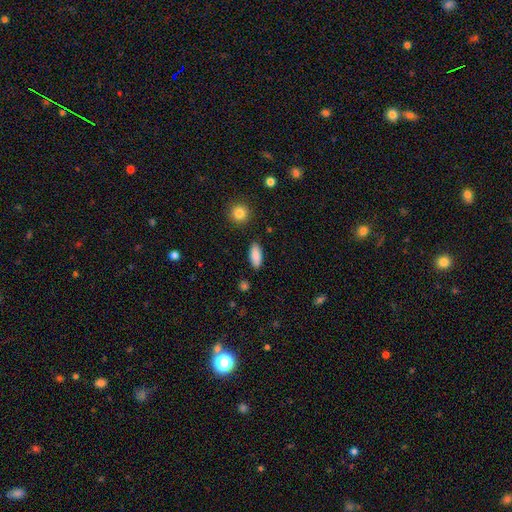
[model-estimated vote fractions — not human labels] This appears to be a smooth galaxy with no disk features (88%) that is in between round and cigar-shaped (84%). Merging: none (87%).